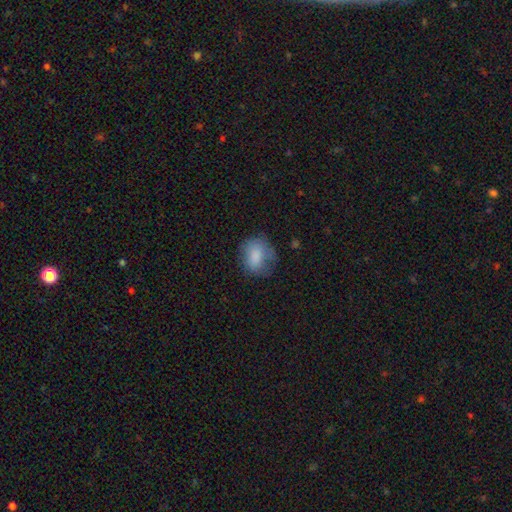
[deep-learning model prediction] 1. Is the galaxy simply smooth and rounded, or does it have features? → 79% smooth, 13% featured or disk, 8% star or artifact.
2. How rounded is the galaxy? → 50% in between, 49% round, 1% cigar-shaped.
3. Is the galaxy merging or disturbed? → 57% none, 28% minor disturbance, 14% major disturbance, 2% merger.